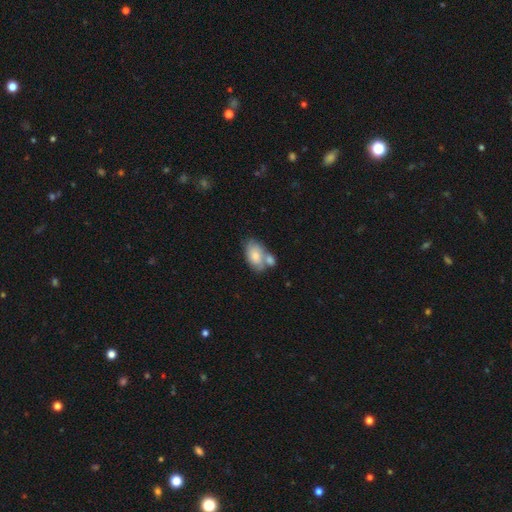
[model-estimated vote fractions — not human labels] smooth 75%, featured or disk 18%, star or artifact 7%. Down the decision tree: how rounded — in between (90%); merging — merger (43%).